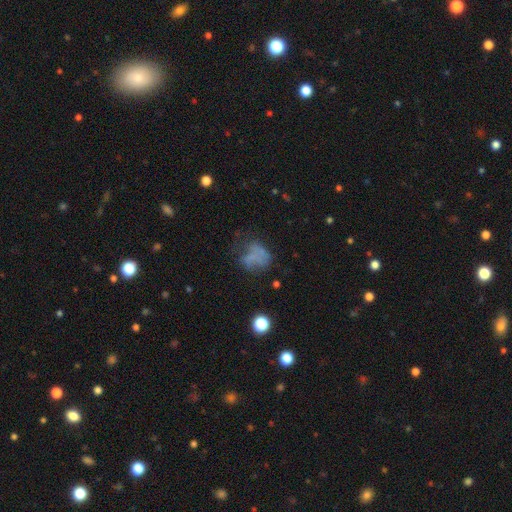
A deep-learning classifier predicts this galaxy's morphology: A smooth galaxy with no disk features (48%).

Vote fractions:
- Smooth or featured? smooth: 48% / featured or disk: 34% / star or artifact: 19%
- Merging? none: 37% / major disturbance: 33% / minor disturbance: 23% / merger: 7%